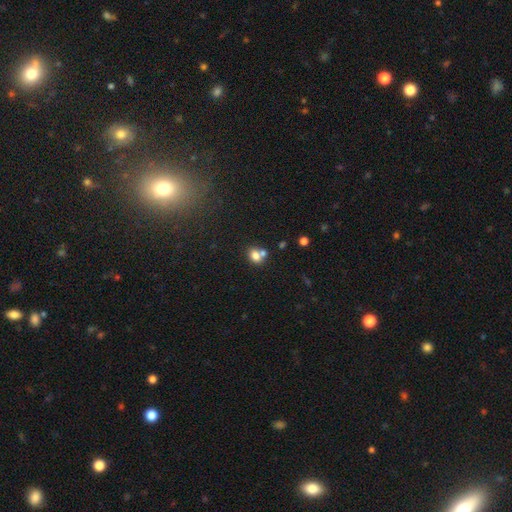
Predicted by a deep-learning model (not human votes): smooth_or_featured: smooth (p=0.77) [alt: star or artifact p=0.12]
how_rounded: in between (p=0.56) [alt: round p=0.43]
merging: none (p=0.45) [alt: merger p=0.41]